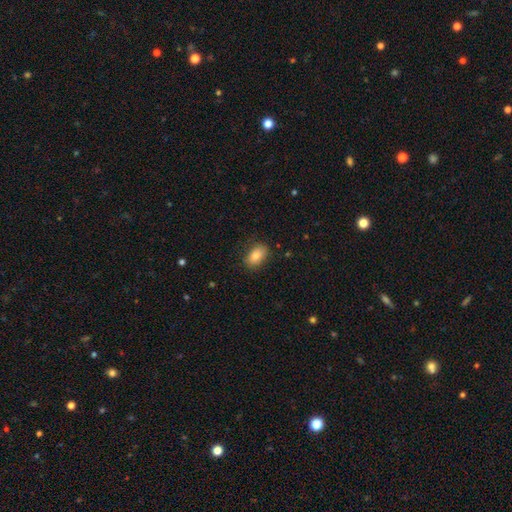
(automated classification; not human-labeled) smooth-or-featured: smooth: 79% | featured or disk: 12% | star or artifact: 9%
  how-rounded: in between: 87% | round: 11% | cigar-shaped: 2%
  merging: none: 83% | minor disturbance: 13% | major disturbance: 3% | merger: 1%